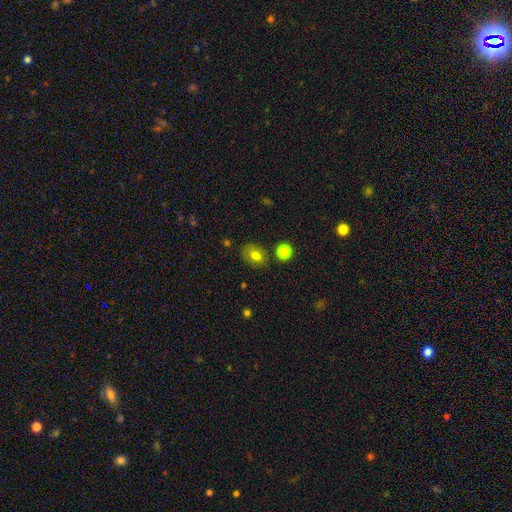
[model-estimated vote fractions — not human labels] Smooth or featured?
  - smooth: 75% *
  - featured or disk: 14%
  - star or artifact: 11%
How rounded?
  - in between: 66% *
  - round: 33%
  - cigar-shaped: 1%
Merging?
  - none: 67% *
  - minor disturbance: 20%
  - major disturbance: 7%
  - merger: 6%